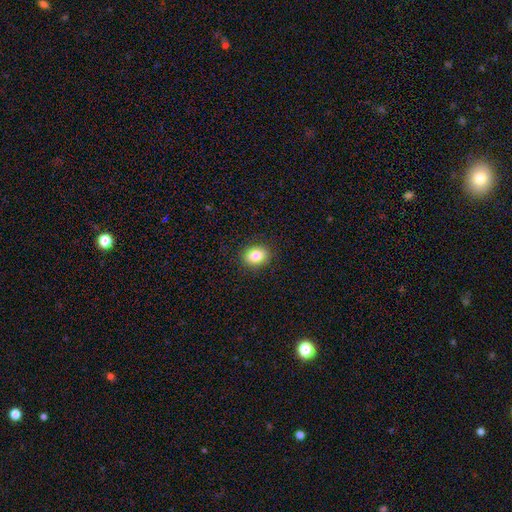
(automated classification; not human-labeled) smooth_or_featured: smooth (p=0.84) [alt: star or artifact p=0.10]
how_rounded: in between (p=0.51) [alt: round p=0.48]
merging: none (p=0.89) [alt: minor disturbance p=0.08]